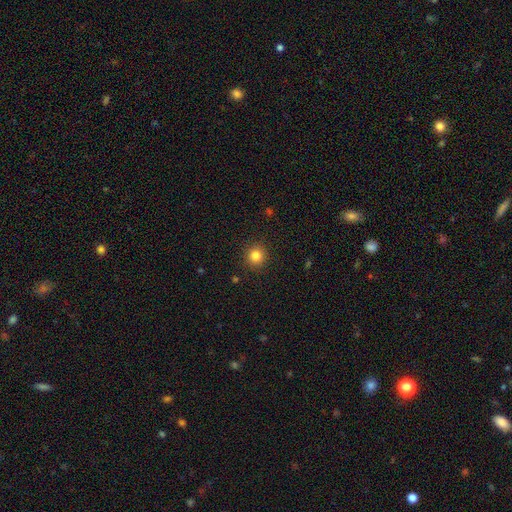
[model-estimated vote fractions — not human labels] A smooth galaxy with no disk features (83%) that is round (93%).

Vote fractions:
- Smooth or featured? smooth: 83% / star or artifact: 12% / featured or disk: 5%
- How rounded? round: 93% / in between: 6% / cigar-shaped: 1%
- Merging? none: 91% / minor disturbance: 6% / major disturbance: 2% / merger: 1%